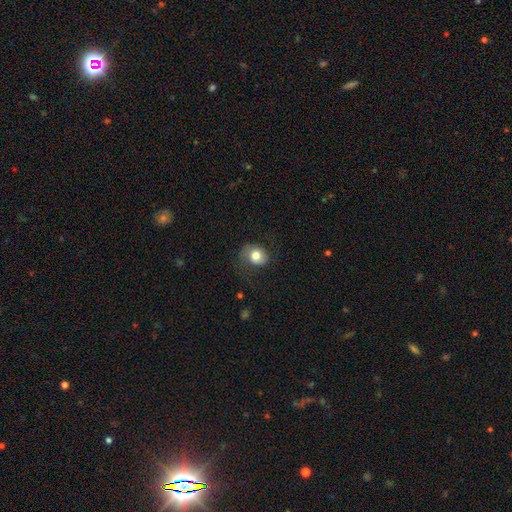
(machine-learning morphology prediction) Smooth or featured? smooth (78%)
How rounded? round (61%)
Merging? none (61%)